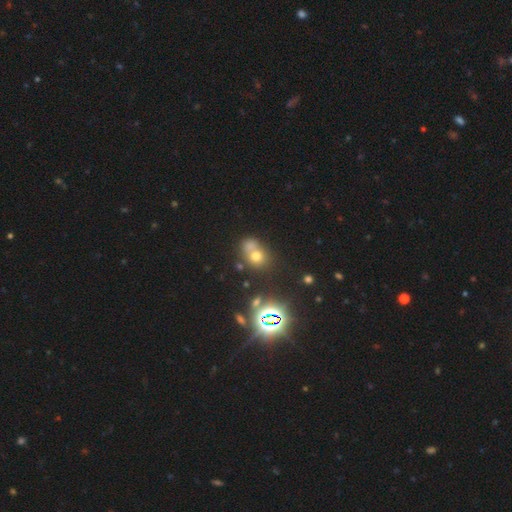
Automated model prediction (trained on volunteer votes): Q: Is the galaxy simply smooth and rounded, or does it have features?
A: smooth — 61%.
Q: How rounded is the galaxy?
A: round — 60%.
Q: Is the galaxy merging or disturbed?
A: merger — 45%.